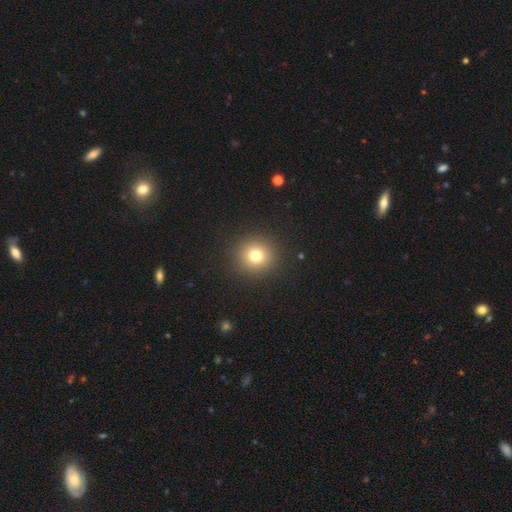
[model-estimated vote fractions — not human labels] Smooth or featured?
  - smooth: 76% *
  - star or artifact: 15%
  - featured or disk: 9%
How rounded?
  - round: 93% *
  - in between: 6%
  - cigar-shaped: 1%
Merging?
  - none: 92% *
  - minor disturbance: 5%
  - major disturbance: 2%
  - merger: 1%